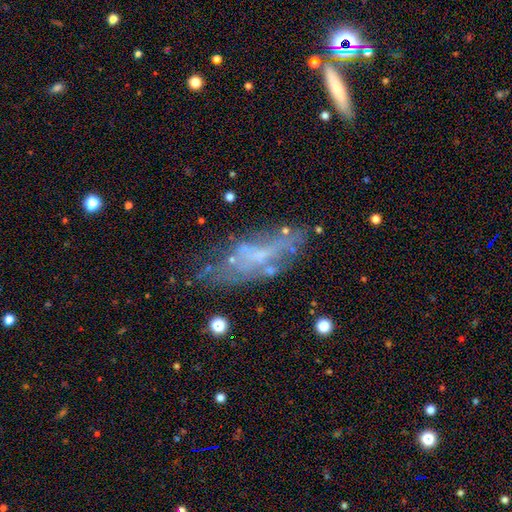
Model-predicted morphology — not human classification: Smooth or featured?
  - featured or disk: 56% *
  - smooth: 30%
  - star or artifact: 14%
Edge-on disk?
  - no: 77% *
  - yes: 23%
Merging?
  - none: 51% *
  - minor disturbance: 24%
  - major disturbance: 19%
  - merger: 6%